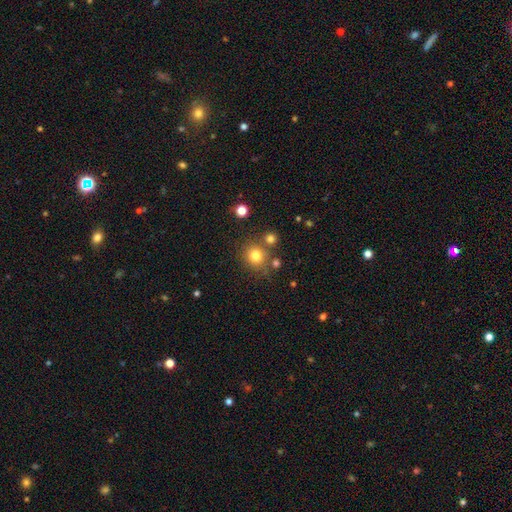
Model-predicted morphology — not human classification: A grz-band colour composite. It shows a smooth galaxy with no disk features (79%) that is round (87%). Merging: none (73%).